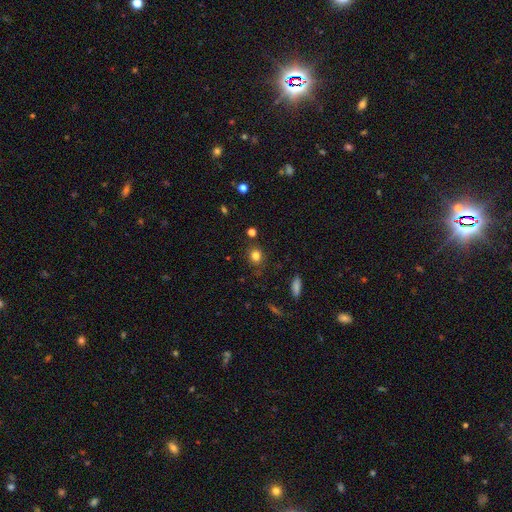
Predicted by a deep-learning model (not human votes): Smooth or featured? smooth (81%)
How rounded? round (74%)
Merging? none (81%)